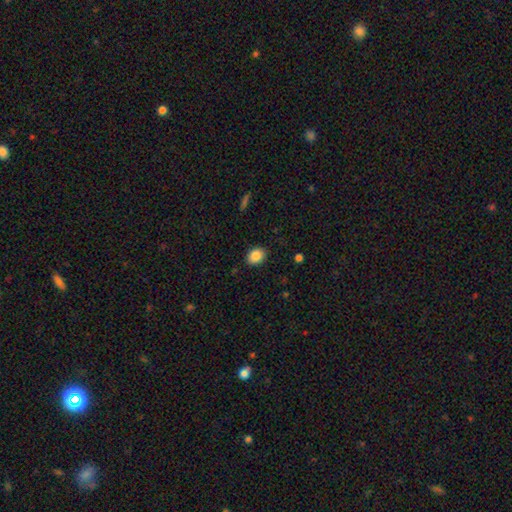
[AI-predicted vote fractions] Morphology: type=smooth (86%); roundness=in between (64%); merging=none (88%).